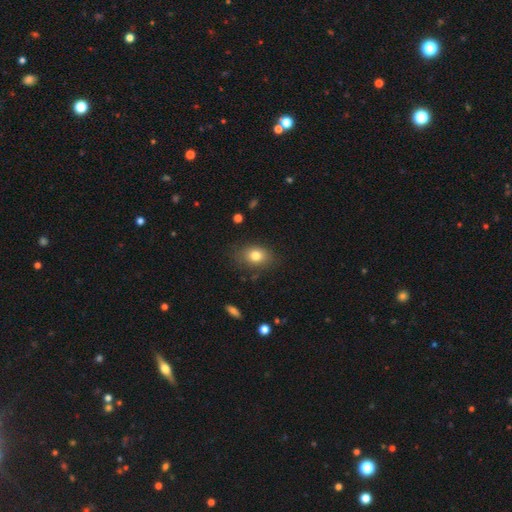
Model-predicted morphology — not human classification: smooth-or-featured: smooth: 79% | featured or disk: 11% | star or artifact: 10%
  how-rounded: in between: 68% | round: 31% | cigar-shaped: 1%
  merging: none: 78% | minor disturbance: 16% | major disturbance: 4% | merger: 2%